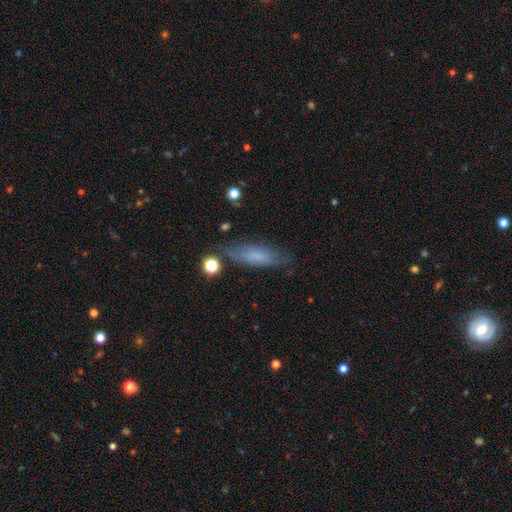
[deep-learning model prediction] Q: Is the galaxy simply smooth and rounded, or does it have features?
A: smooth — 67%.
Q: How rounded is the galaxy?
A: cigar-shaped — 49%.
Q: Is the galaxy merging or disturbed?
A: none — 73%.